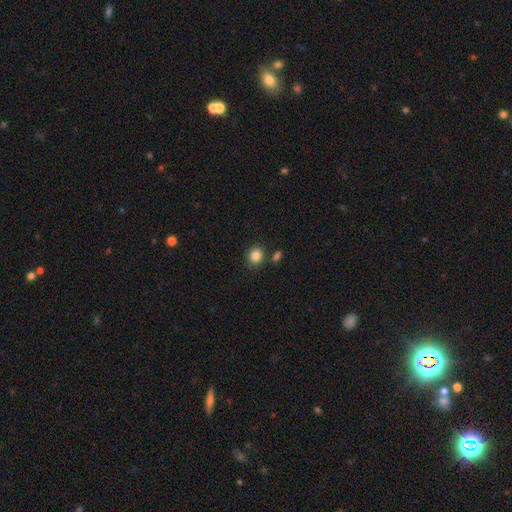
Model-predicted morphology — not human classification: Smooth or featured? smooth (85%)
How rounded? round (80%)
Merging? none (81%)